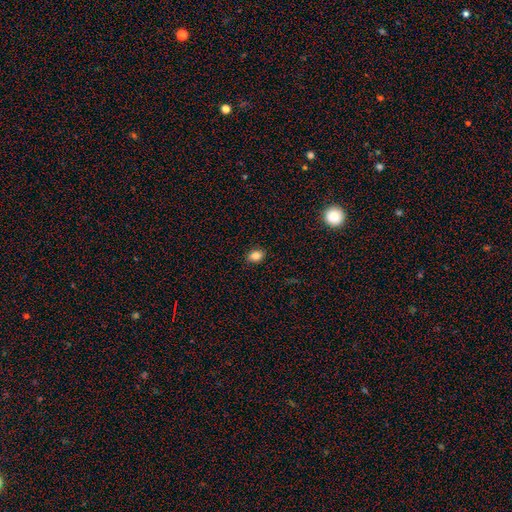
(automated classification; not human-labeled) smooth 84%, star or artifact 10%, featured or disk 6%. Down the decision tree: how rounded — in between (76%); merging — none (88%).